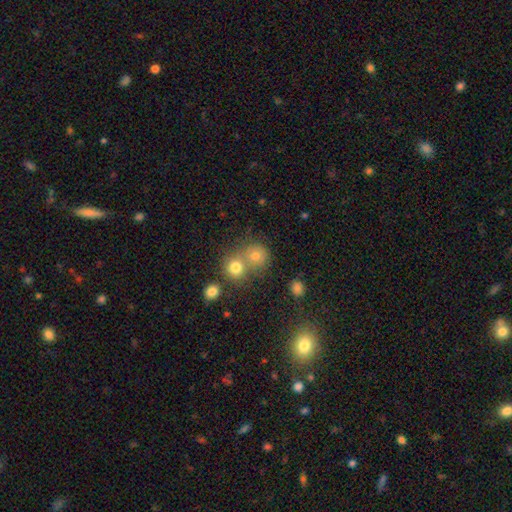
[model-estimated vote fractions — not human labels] This is likely a smooth galaxy (75%). How rounded: clearly round (84%). Merging: possibly none (46%).